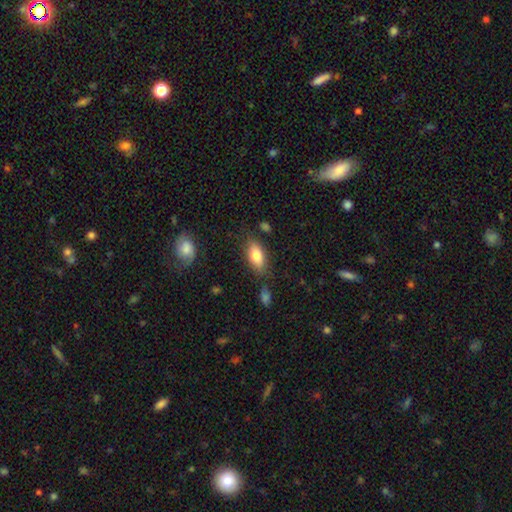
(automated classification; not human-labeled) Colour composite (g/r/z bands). It shows a smooth galaxy with no disk features (78%) that is in between round and cigar-shaped (87%). Merging: none (77%).